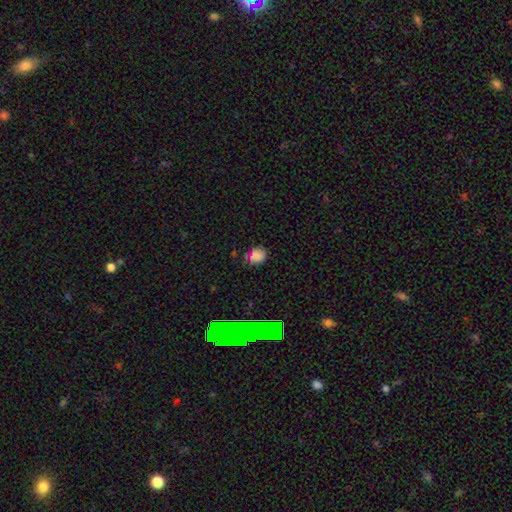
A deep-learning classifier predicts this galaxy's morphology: smooth-or-featured: smooth: 77% | star or artifact: 16% | featured or disk: 6%
  how-rounded: round: 66% | in between: 33% | cigar-shaped: 1%
  merging: none: 70% | minor disturbance: 22% | major disturbance: 5% | merger: 3%